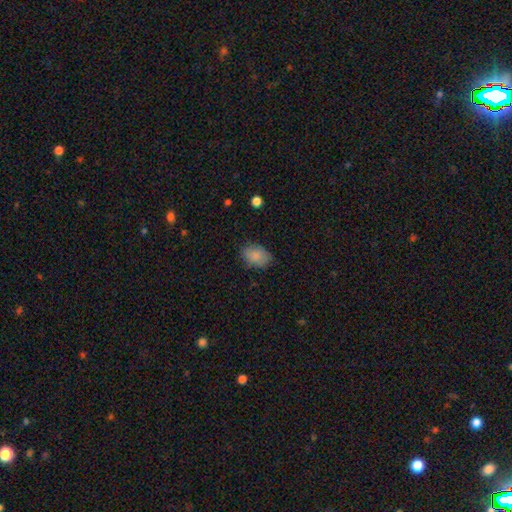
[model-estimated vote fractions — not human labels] Smooth or featured: smooth — 86% (star or artifact — 7%)
How rounded: in between — 83% (round — 16%)
Merging: none — 78% (minor disturbance — 16%)